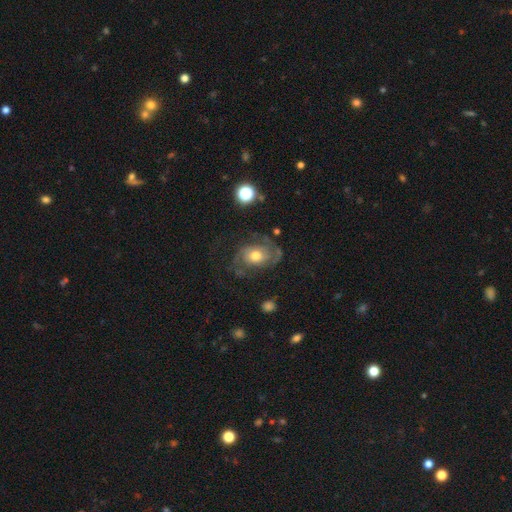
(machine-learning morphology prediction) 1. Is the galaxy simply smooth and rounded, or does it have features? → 74% featured or disk, 18% smooth, 8% star or artifact.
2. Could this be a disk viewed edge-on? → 97% no, 3% yes.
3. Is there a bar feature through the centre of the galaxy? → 76% no, 20% weak, 4% strong.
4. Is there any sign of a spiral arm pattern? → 89% yes, 11% no.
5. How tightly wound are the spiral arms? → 44% medium, 34% tight, 22% loose.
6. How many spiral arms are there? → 56% 2, 20% can't tell, 11% 3, 5% 1, 4% 4, 3% more than 4.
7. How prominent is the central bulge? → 70% moderate, 16% small, 12% large, 1% dominant, 1% none.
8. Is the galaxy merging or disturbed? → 59% none, 20% minor disturbance, 19% major disturbance, 2% merger.